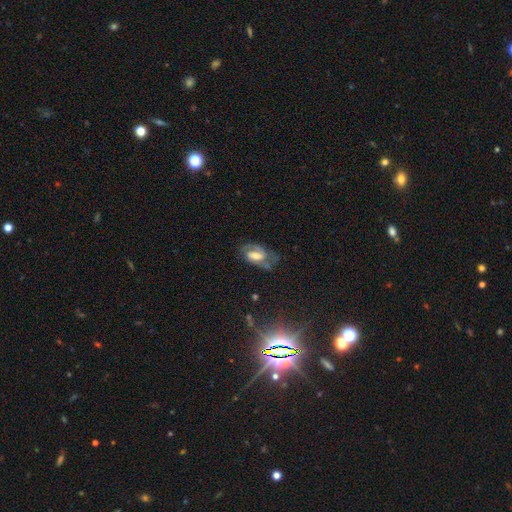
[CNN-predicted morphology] Smooth or featured? featured or disk (70%)
Edge-on disk? no (94%)
Bar? weak (47%)
Spiral arms? yes (86%)
Spiral winding? medium (48%)
Spiral arm count? 2 (72%)
Bulge size? moderate (46%)
Merging? none (58%)